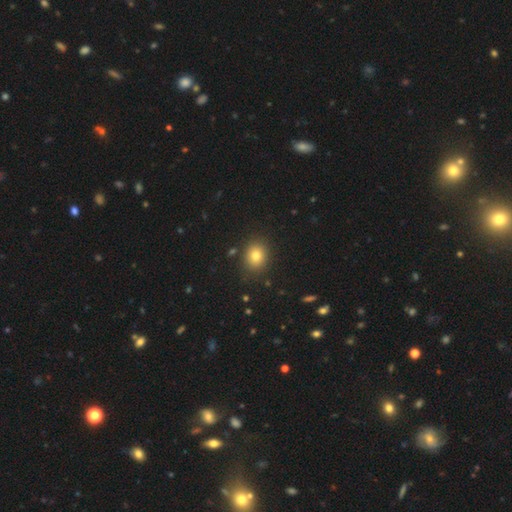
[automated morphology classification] Overall: smooth (80%). How rounded: round (59%; in between 40%). Merging: none (87%).